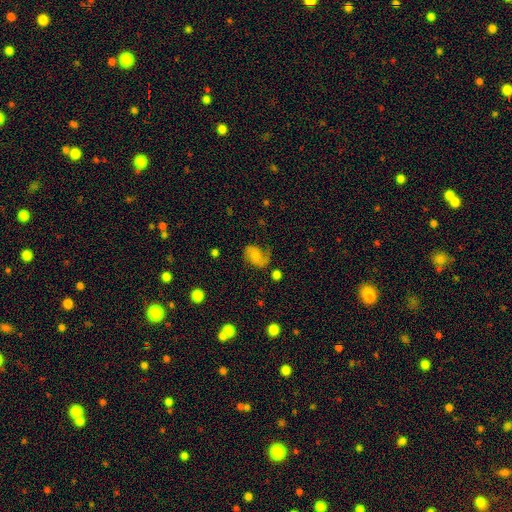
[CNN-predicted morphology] Smooth or featured?
  - featured or disk: 59% *
  - smooth: 31%
  - star or artifact: 10%
Edge-on disk?
  - no: 97% *
  - yes: 3%
Bar?
  - no: 60% *
  - weak: 33%
  - strong: 7%
Spiral arms?
  - yes: 91% *
  - no: 9%
Spiral winding?
  - medium: 42% * (tied)
  - loose: 42% * (tied)
  - tight: 16%
Spiral arm count?
  - 2: 73% *
  - 1: 18%
  - can't tell: 6%
  - 3: 1%
  - 4: 1%
  - more than 4: 1%
Bulge size?
  - small: 35% *
  - moderate: 29%
  - none: 27%
  - large: 7%
  - dominant: 2%
Merging?
  - none: 57% *
  - minor disturbance: 23%
  - major disturbance: 17%
  - merger: 3%